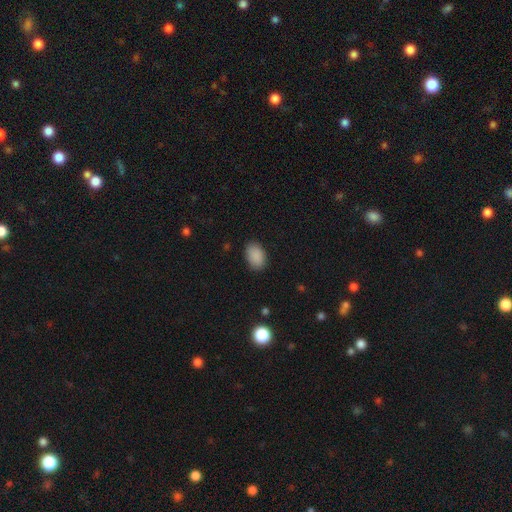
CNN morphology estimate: smooth-or-featured: smooth: 89% | star or artifact: 8% | featured or disk: 3%
  how-rounded: in between: 87% | round: 11% | cigar-shaped: 1%
  merging: none: 86% | minor disturbance: 10% | major disturbance: 3% | merger: 1%